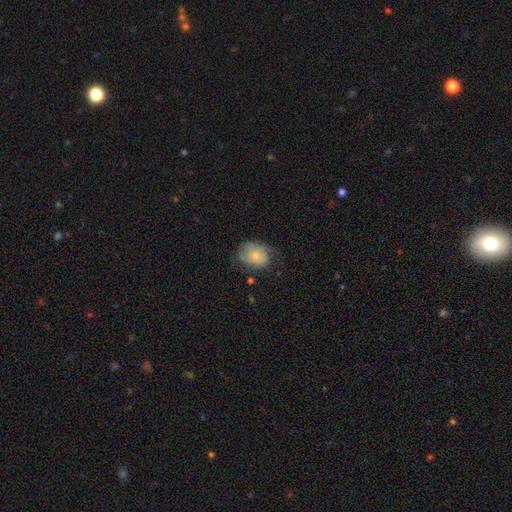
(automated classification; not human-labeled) Q: Smooth or featured?
A: smooth (64%); runner-up: featured or disk (29%)
Q: How rounded?
A: in between (54%); runner-up: round (45%)
Q: Merging?
A: none (49%); runner-up: minor disturbance (32%)